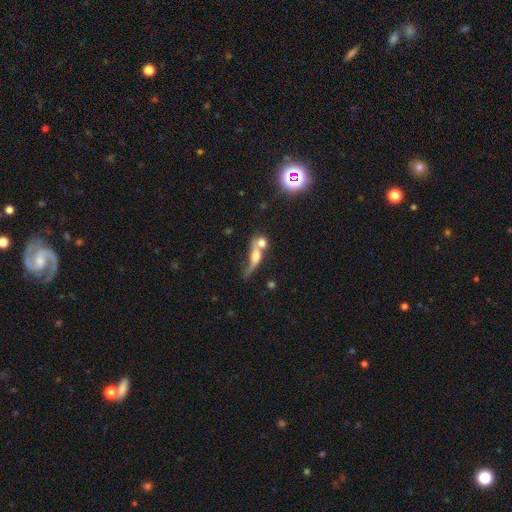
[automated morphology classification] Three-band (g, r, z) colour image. It shows a smooth galaxy with no disk features (49%). Merging: merger (57%).